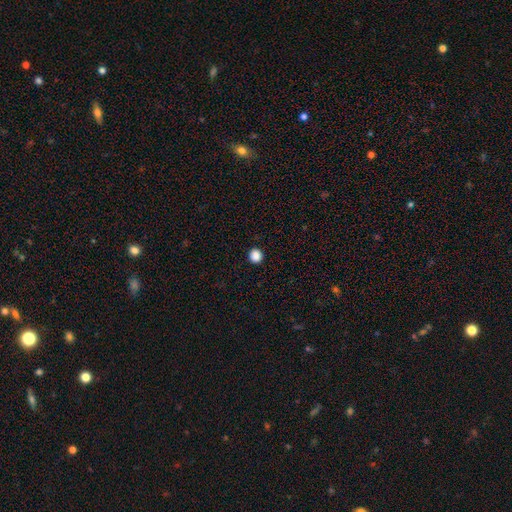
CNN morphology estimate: This is clearly a smooth galaxy (87%). How rounded: clearly round (93%). Merging: clearly none (93%).